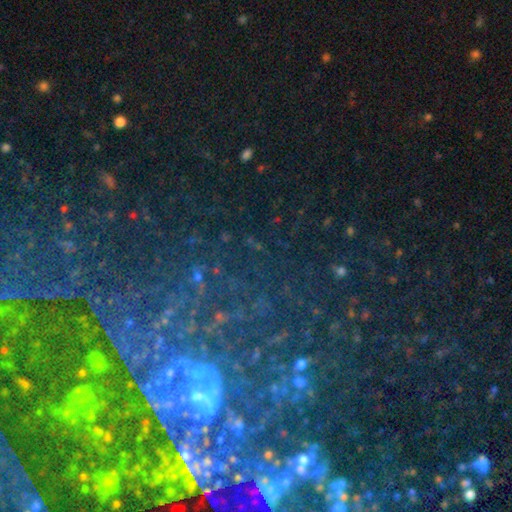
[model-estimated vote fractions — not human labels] This is possibly a star or artifact rather than a galaxy (50%).